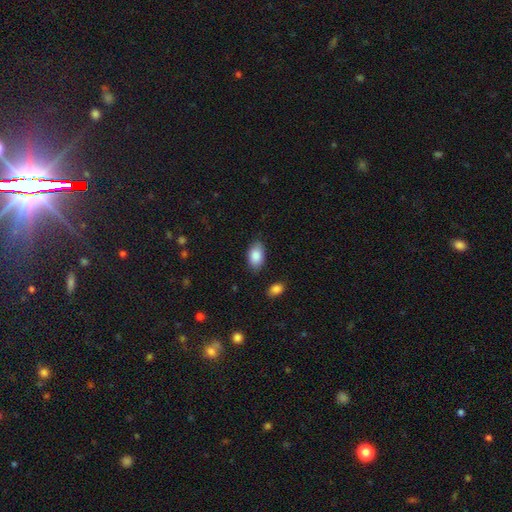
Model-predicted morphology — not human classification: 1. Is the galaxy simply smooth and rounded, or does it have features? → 88% smooth, 7% star or artifact, 6% featured or disk.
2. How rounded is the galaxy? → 93% in between, 6% round, 1% cigar-shaped.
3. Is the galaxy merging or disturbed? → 84% none, 12% minor disturbance, 3% major disturbance, 2% merger.